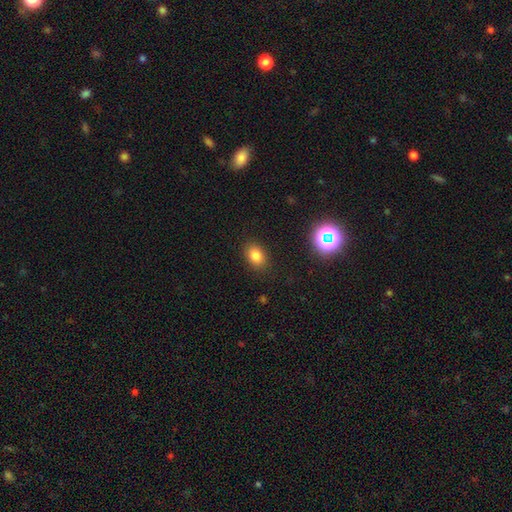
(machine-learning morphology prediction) This is likely a smooth galaxy (80%). How rounded: likely in between (74%). Merging: clearly none (87%).